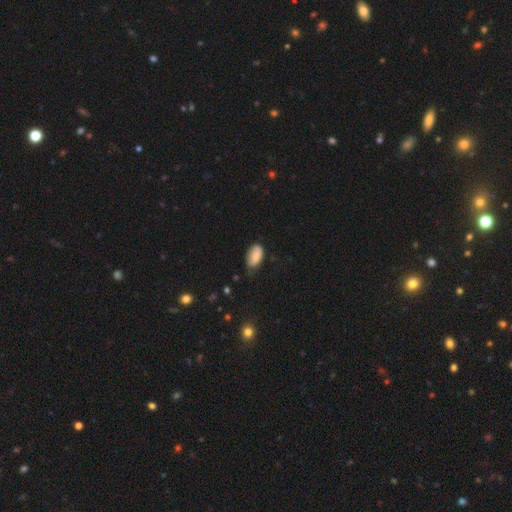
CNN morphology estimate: Q: Smooth or featured?
A: smooth (79%); runner-up: featured or disk (14%)
Q: How rounded?
A: in between (94%); runner-up: round (4%)
Q: Merging?
A: none (55%); runner-up: minor disturbance (36%)